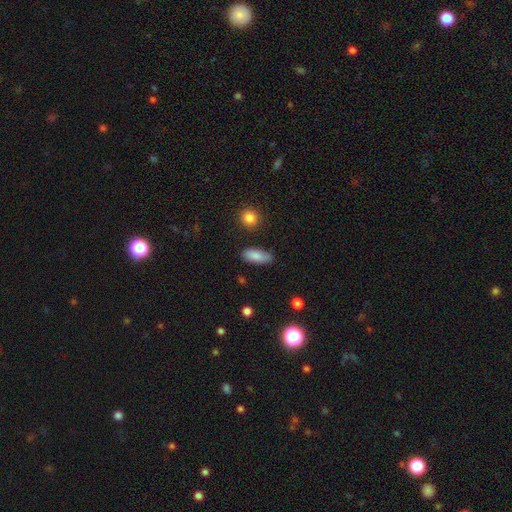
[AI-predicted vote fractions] Smooth or featured?
  - smooth: 85% *
  - featured or disk: 8%
  - star or artifact: 7%
How rounded?
  - in between: 80% *
  - cigar-shaped: 17%
  - round: 3%
Merging?
  - none: 79% *
  - minor disturbance: 15%
  - major disturbance: 3%
  - merger: 2%